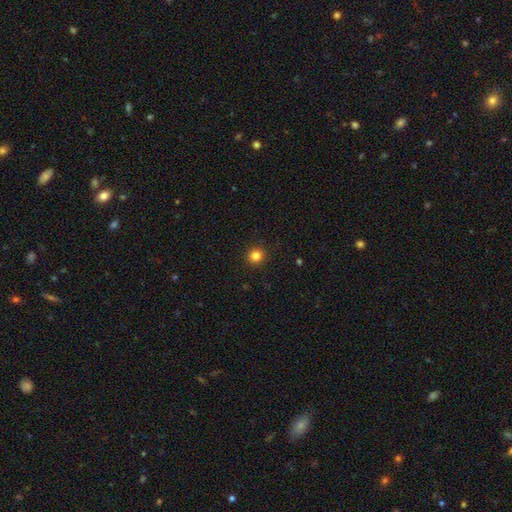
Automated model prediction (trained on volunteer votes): Q: Smooth or featured?
A: smooth (83%); runner-up: star or artifact (13%)
Q: How rounded?
A: round (93%); runner-up: in between (6%)
Q: Merging?
A: none (93%); runner-up: minor disturbance (5%)